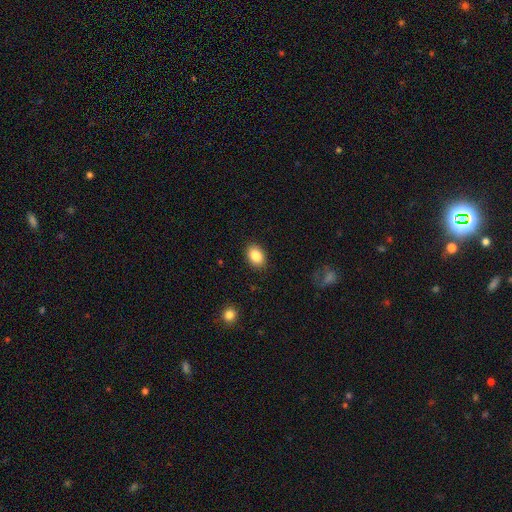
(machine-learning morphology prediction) The model was most divided on "how rounded": in between: 78%, round: 21%, cigar-shaped: 1%. More confident: merging — none (88%); smooth or featured — smooth (86%).